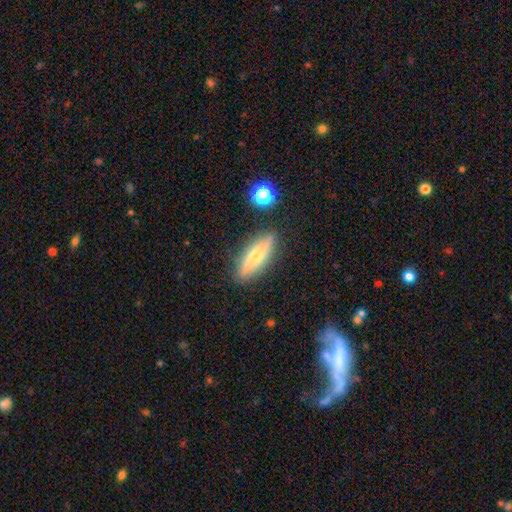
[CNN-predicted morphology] Smooth or featured?
  - featured or disk: 49% *
  - smooth: 44%
  - star or artifact: 8%
Merging?
  - none: 85% *
  - minor disturbance: 10%
  - major disturbance: 2%
  - merger: 2%